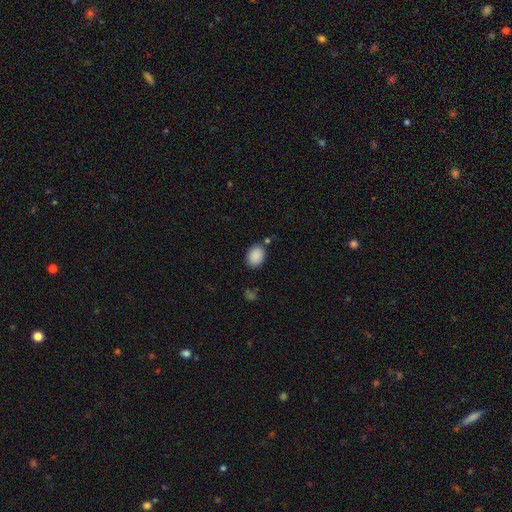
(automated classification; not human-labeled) Smooth or featured? Predicted: smooth (p=0.89). How rounded? Predicted: in between (p=0.69). Merging? Predicted: none (p=0.79).